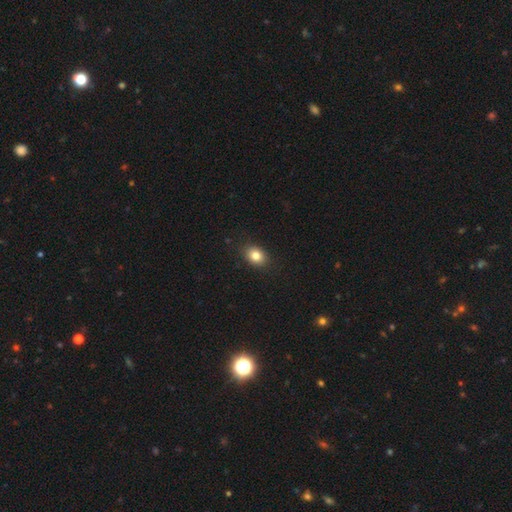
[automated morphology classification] Q: Smooth or featured?
A: smooth (83%); runner-up: star or artifact (10%)
Q: How rounded?
A: in between (65%); runner-up: round (34%)
Q: Merging?
A: none (88%); runner-up: minor disturbance (9%)